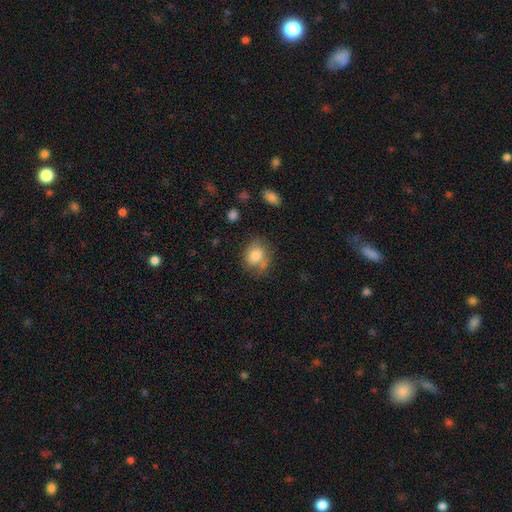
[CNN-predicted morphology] A smooth galaxy with no disk features (79%) that is round (60%).

Vote fractions:
- Smooth or featured? smooth: 79% / featured or disk: 12% / star or artifact: 9%
- How rounded? round: 60% / in between: 39% / cigar-shaped: 1%
- Merging? none: 58% / minor disturbance: 23% / merger: 11% / major disturbance: 8%